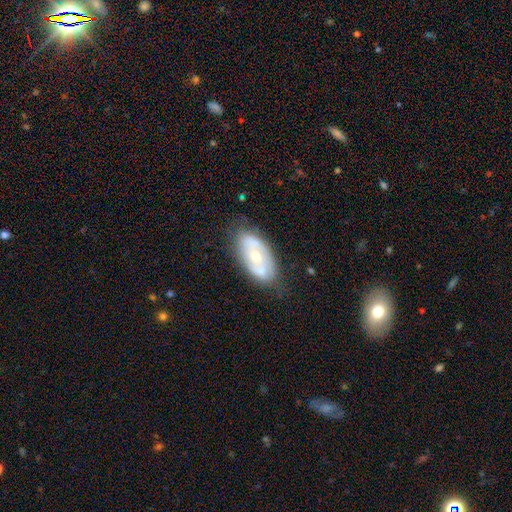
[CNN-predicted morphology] A featured or disk galaxy (64%) with no bar (77%), no spiral arms (52%) and a moderate central bulge (52%). Merging: none (70%).